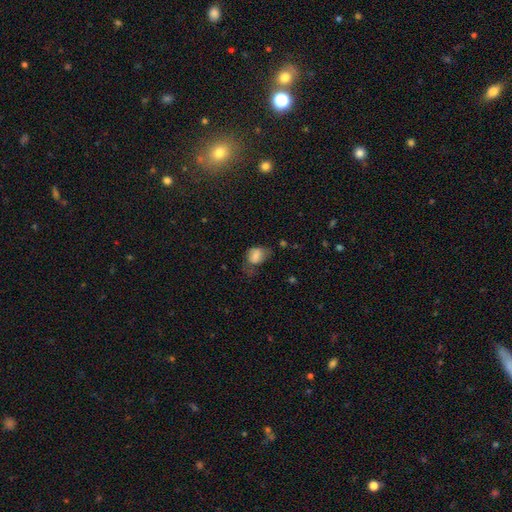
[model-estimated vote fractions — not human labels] A smooth galaxy with no disk features (72%) that is in between round and cigar-shaped (71%).

Vote fractions:
- Smooth or featured? smooth: 72% / featured or disk: 18% / star or artifact: 10%
- How rounded? in between: 71% / round: 28% / cigar-shaped: 1%
- Merging? minor disturbance: 32% (tied) / none: 32% (tied) / major disturbance: 31% / merger: 4%